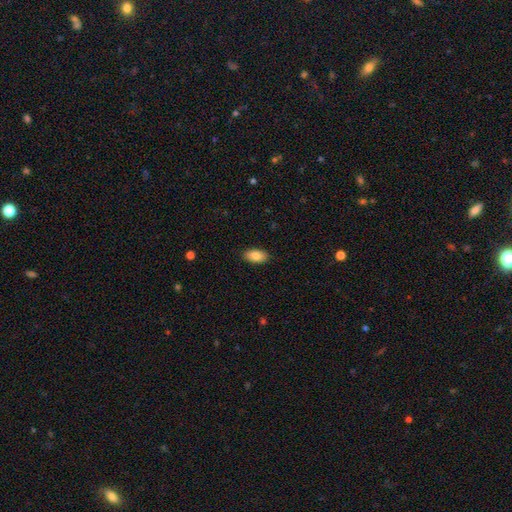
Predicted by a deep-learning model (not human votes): smooth_or_featured: smooth (p=0.85) [alt: featured or disk p=0.08]
how_rounded: in between (p=0.94) [alt: round p=0.04]
merging: none (p=0.89) [alt: minor disturbance p=0.08]